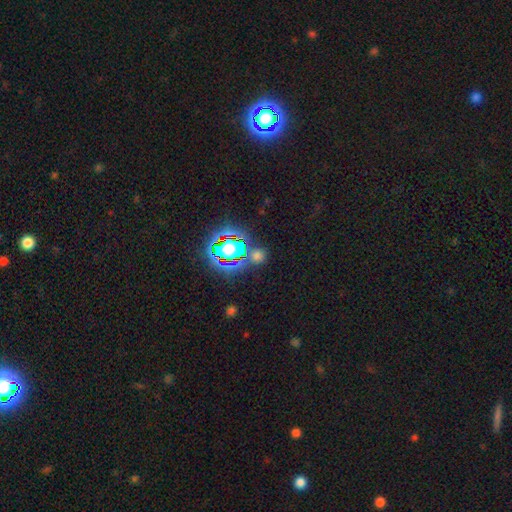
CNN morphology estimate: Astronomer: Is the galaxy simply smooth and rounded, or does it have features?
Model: star or artifact — 60%.